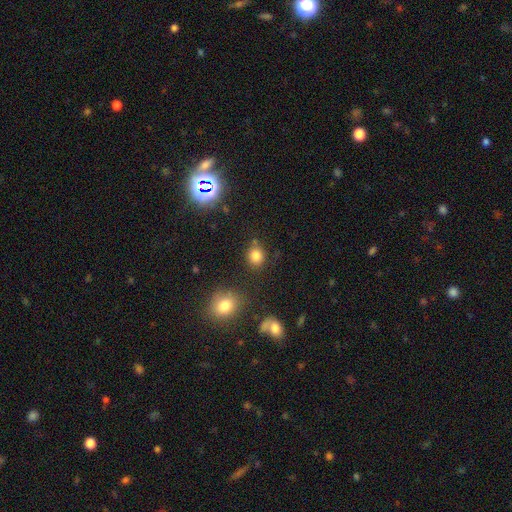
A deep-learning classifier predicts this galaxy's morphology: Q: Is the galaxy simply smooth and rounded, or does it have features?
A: smooth — 81%.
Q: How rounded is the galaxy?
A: round — 74%.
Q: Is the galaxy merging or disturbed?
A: none — 78%.